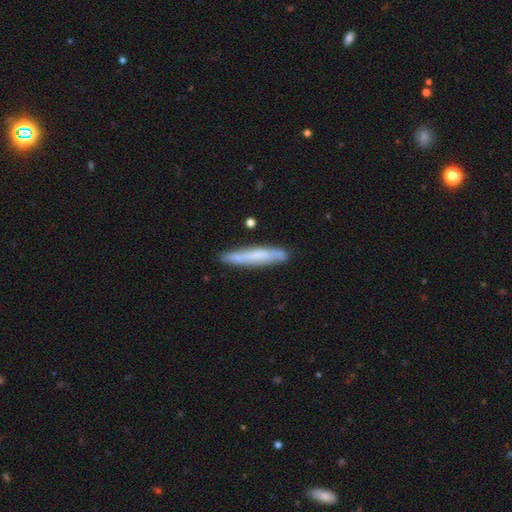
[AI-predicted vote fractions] Smooth or featured? smooth (54%)
How rounded? cigar-shaped (94%)
Merging? none (84%)